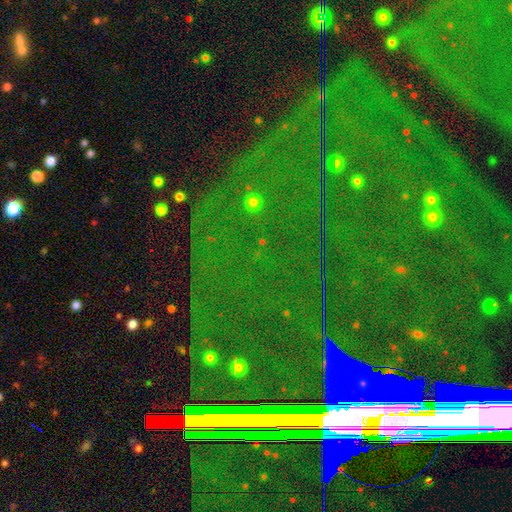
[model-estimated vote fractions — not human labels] Smooth or featured? Predicted: star or artifact (p=0.84).